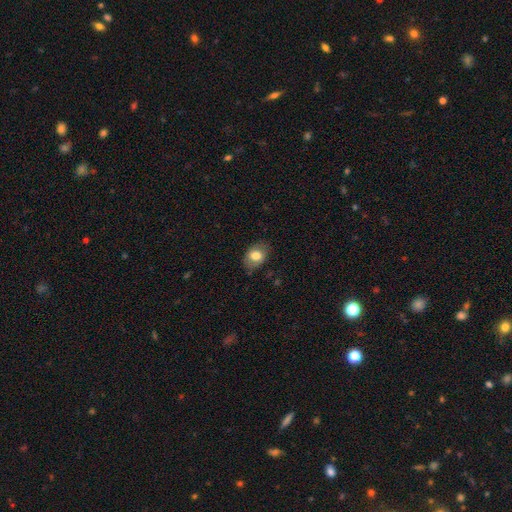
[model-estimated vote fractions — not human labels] smooth_or_featured: smooth (p=0.76) [alt: featured or disk p=0.16]
how_rounded: in between (p=0.79) [alt: round p=0.20]
merging: none (p=0.79) [alt: minor disturbance p=0.16]